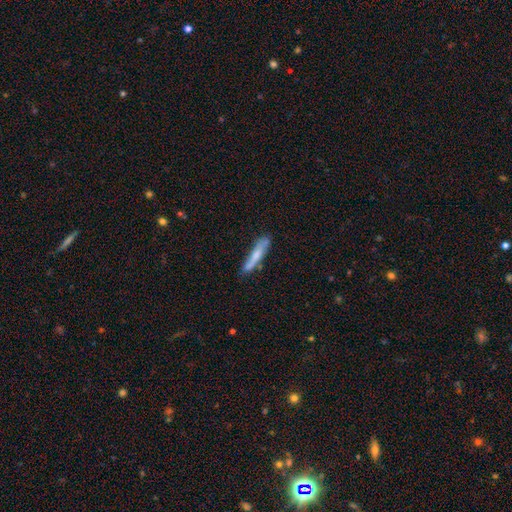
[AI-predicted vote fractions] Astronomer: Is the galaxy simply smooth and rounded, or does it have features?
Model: smooth — 63%.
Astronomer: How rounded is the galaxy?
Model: cigar-shaped — 89%.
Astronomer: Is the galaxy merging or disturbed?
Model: none — 66%.